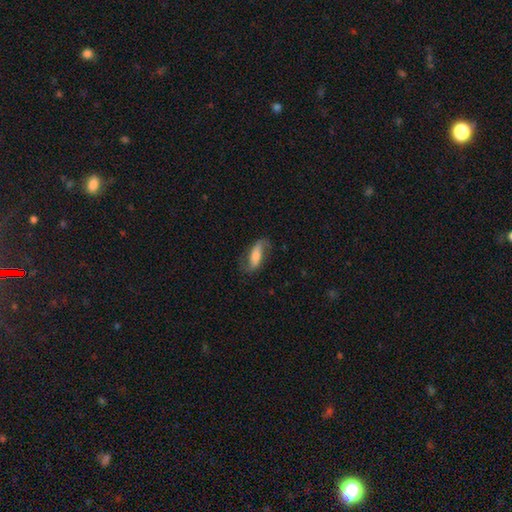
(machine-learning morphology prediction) This appears to be a featured or disk galaxy (62%) with no bar (34%, tied with strong), spiral arms (91%) and a moderate central bulge (32%). Merging: none (70%).